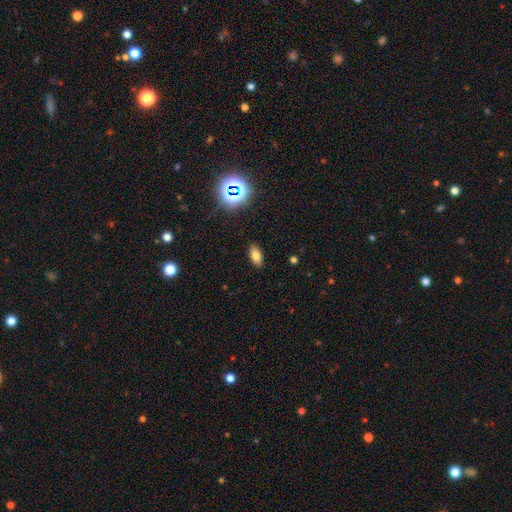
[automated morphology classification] Smooth or featured: smooth — 75% (star or artifact — 15%)
How rounded: in between — 89% (cigar-shaped — 6%)
Merging: none — 88% (minor disturbance — 8%)